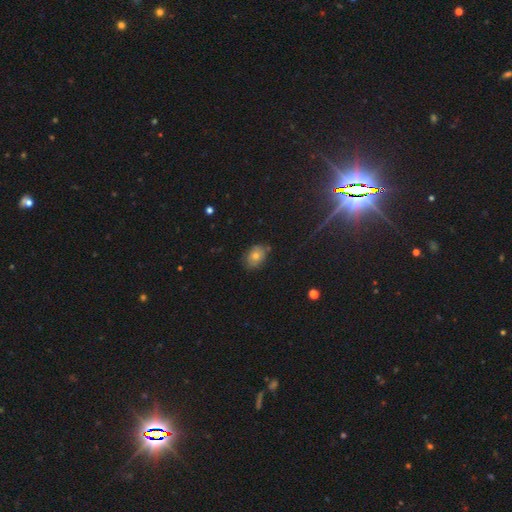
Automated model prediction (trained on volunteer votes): smooth_or_featured: smooth (p=0.61) [alt: star or artifact p=0.22]
how_rounded: in between (p=0.67) [alt: round p=0.32]
merging: none (p=0.78) [alt: minor disturbance p=0.16]